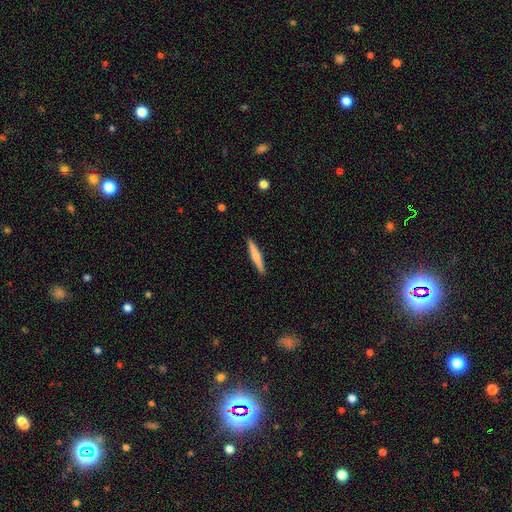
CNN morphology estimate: This is likely a smooth galaxy (64%). How rounded: clearly cigar-shaped (94%). Merging: clearly none (92%).